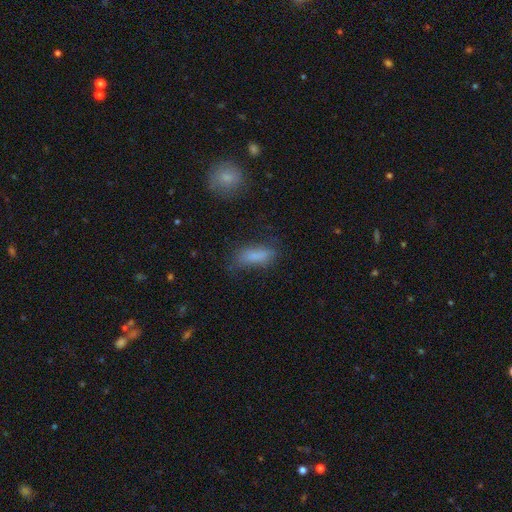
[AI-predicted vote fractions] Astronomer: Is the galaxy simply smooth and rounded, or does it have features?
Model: smooth — 79%.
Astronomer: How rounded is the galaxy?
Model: in between — 65%.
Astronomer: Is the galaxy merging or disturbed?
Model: none — 58%.